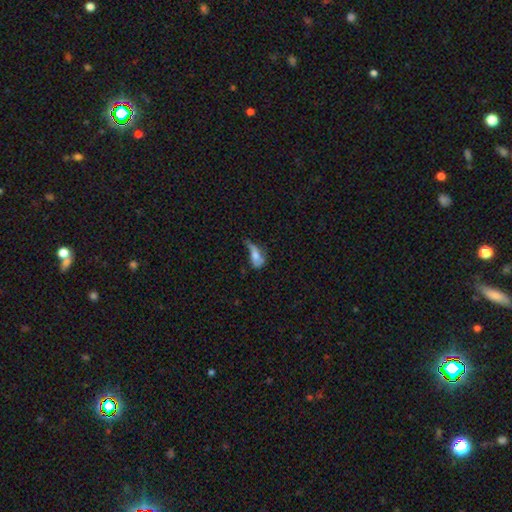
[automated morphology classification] A smooth galaxy with no disk features (56%) that is in between round and cigar-shaped (77%). Merging: major disturbance (41%).